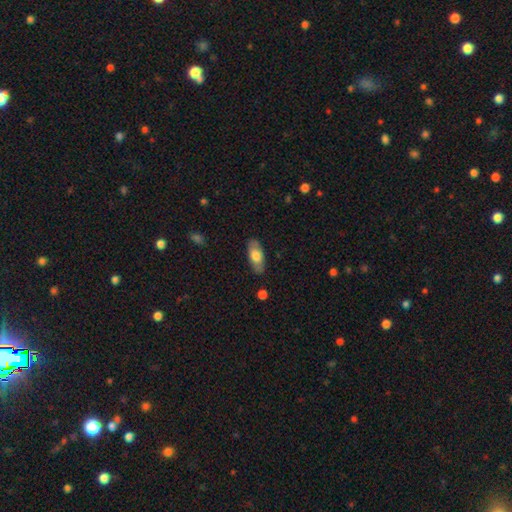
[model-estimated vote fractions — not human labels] Smooth or featured?
  - smooth: 70% *
  - featured or disk: 24%
  - star or artifact: 6%
How rounded?
  - in between: 86% *
  - cigar-shaped: 12%
  - round: 2%
Merging?
  - none: 84% *
  - minor disturbance: 12%
  - major disturbance: 3%
  - merger: 1%